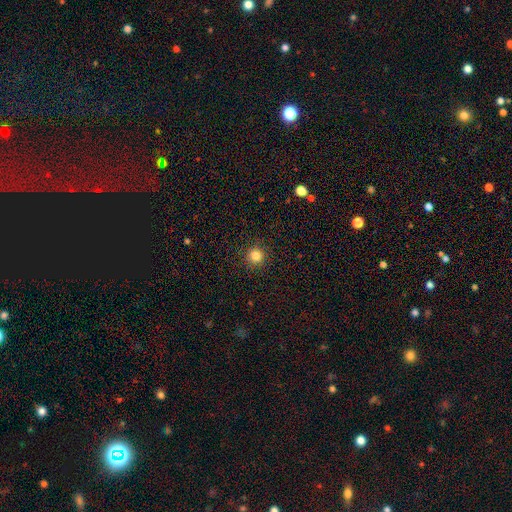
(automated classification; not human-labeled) Q: Smooth or featured?
A: smooth (83%); runner-up: star or artifact (12%)
Q: How rounded?
A: round (95%); runner-up: in between (4%)
Q: Merging?
A: none (92%); runner-up: minor disturbance (5%)